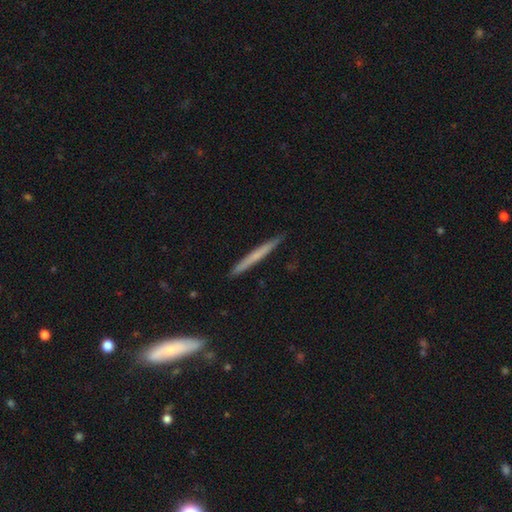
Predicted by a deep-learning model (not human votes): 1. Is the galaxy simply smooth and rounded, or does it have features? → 52% smooth, 43% featured or disk, 6% star or artifact.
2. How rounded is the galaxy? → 97% cigar-shaped, 2% in between, 1% round.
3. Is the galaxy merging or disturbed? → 92% none, 6% minor disturbance, 1% major disturbance, 1% merger.